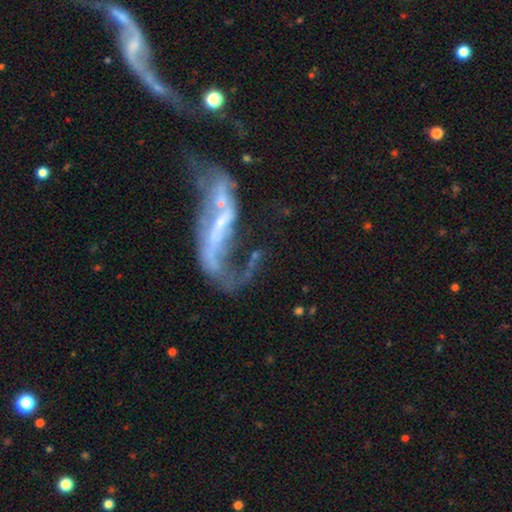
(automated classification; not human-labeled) featured or disk 69%, smooth 20%, star or artifact 11%. Down the decision tree: edge-on disk — no (89%); bar — no (50%); spiral arms — no (52%); bulge size — none (40%); merging — merger (40%).